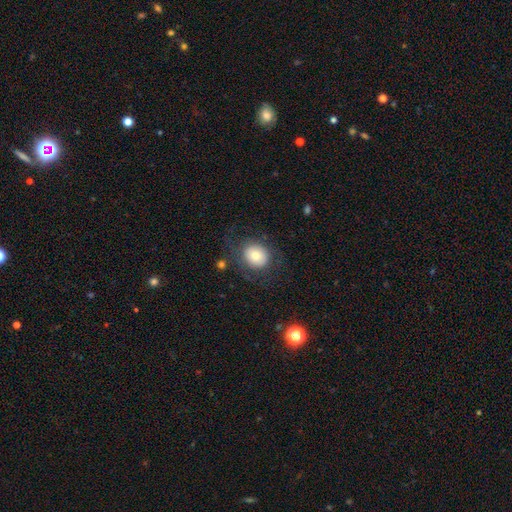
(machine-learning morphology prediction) A smooth galaxy with no disk features (73%) that is round (71%).

Vote fractions:
- Smooth or featured? smooth: 73% / featured or disk: 18% / star or artifact: 9%
- How rounded? round: 71% / in between: 28% / cigar-shaped: 1%
- Merging? none: 74% / minor disturbance: 14% / major disturbance: 11% / merger: 2%